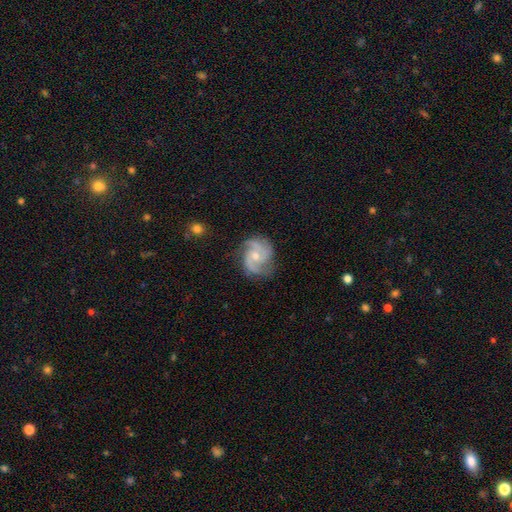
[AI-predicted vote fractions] A featured or disk galaxy (88%) with no bar (69%), 3 (55%) medium (55%) spiral arms (98%) and a small central bulge (53%). Merging: none (75%).